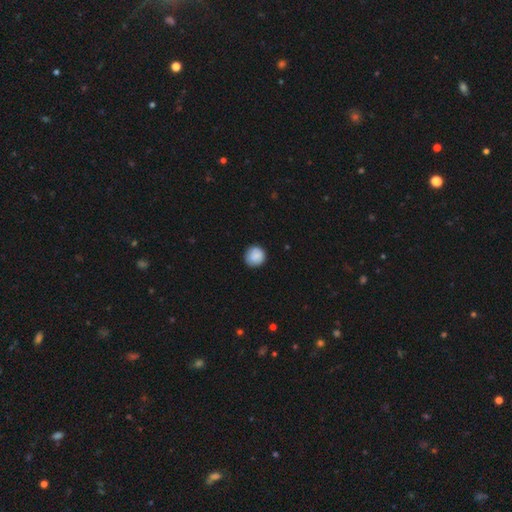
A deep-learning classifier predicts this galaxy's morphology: Overall: smooth (86%). How rounded: round (92%). Merging: none (86%).